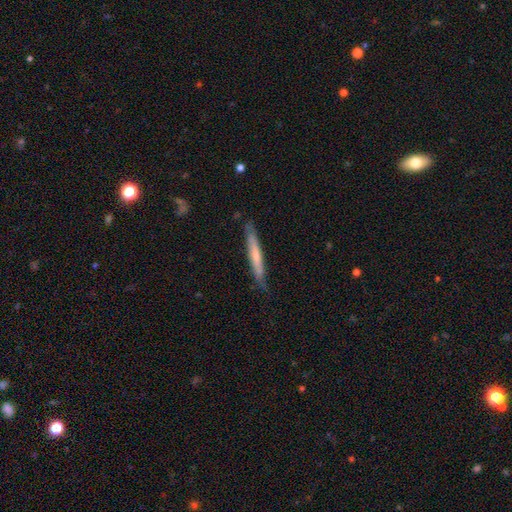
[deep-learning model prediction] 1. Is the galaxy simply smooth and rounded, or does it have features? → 55% smooth, 40% featured or disk, 5% star or artifact.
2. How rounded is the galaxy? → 95% cigar-shaped, 3% in between, 1% round.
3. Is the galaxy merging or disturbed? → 80% none, 16% minor disturbance, 3% major disturbance, 2% merger.